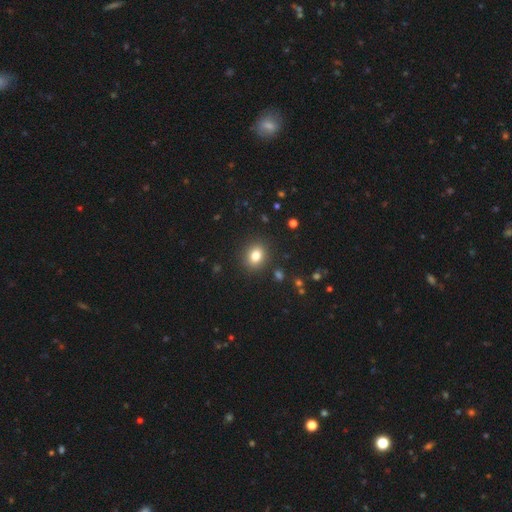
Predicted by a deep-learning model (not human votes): A smooth galaxy with no disk features (81%) that is round (54%).

Vote fractions:
- Smooth or featured? smooth: 81% / star or artifact: 11% / featured or disk: 7%
- How rounded? round: 54% / in between: 45% / cigar-shaped: 1%
- Merging? none: 88% / minor disturbance: 8% / major disturbance: 3% / merger: 2%